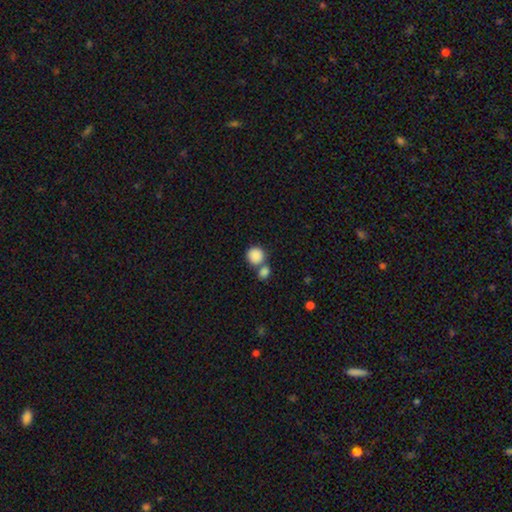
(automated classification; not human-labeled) The model was most divided on "merging": none: 51%, merger: 38%, minor disturbance: 8%, major disturbance: 3%. More confident: how rounded — round (88%); smooth or featured — smooth (87%).